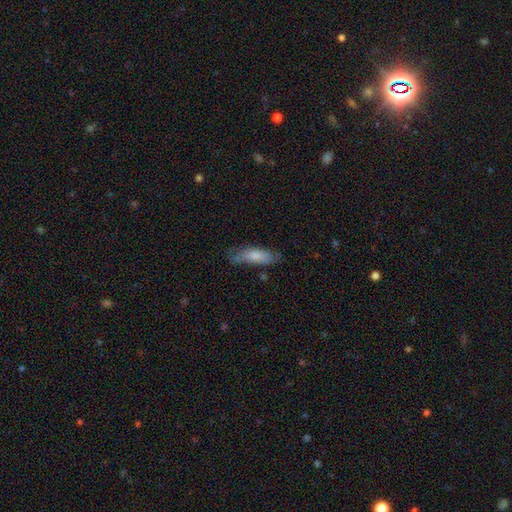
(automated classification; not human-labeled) This is likely a smooth galaxy (72%). How rounded: possibly in between (54%). Merging: possibly none (58%).